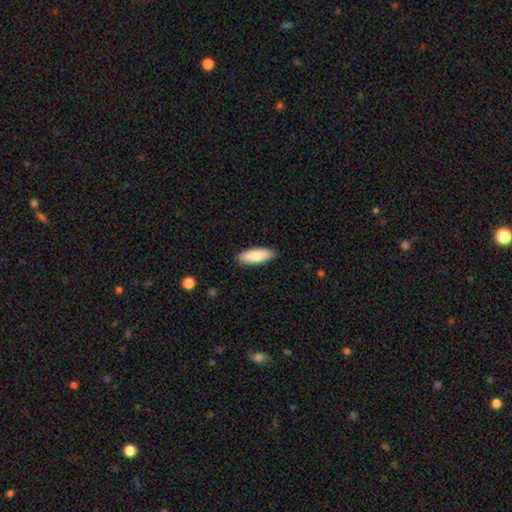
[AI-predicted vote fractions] Smooth or featured: smooth — 83% (featured or disk — 11%)
How rounded: in between — 62% (cigar-shaped — 36%)
Merging: none — 89% (minor disturbance — 8%)